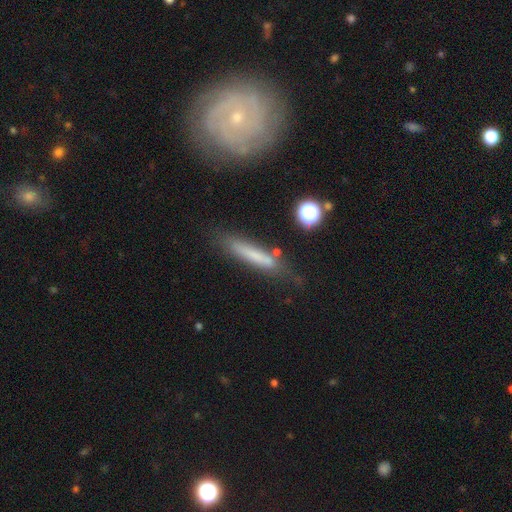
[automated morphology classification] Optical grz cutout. It shows a smooth galaxy with no disk features (61%) that is cigar-shaped (89%). Merging: none (69%).